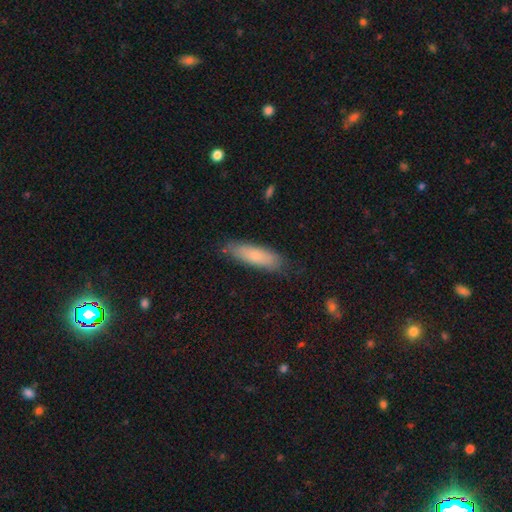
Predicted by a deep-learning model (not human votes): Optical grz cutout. It shows a smooth galaxy with no disk features (77%) that is cigar-shaped (58%). Merging: none (78%).